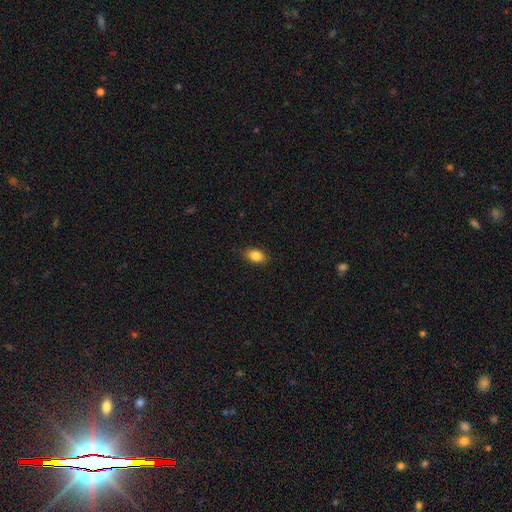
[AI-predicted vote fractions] smooth-or-featured: smooth: 86% | star or artifact: 8% | featured or disk: 6%
  how-rounded: in between: 87% | round: 11% | cigar-shaped: 2%
  merging: none: 87% | minor disturbance: 10% | major disturbance: 2% | merger: 1%